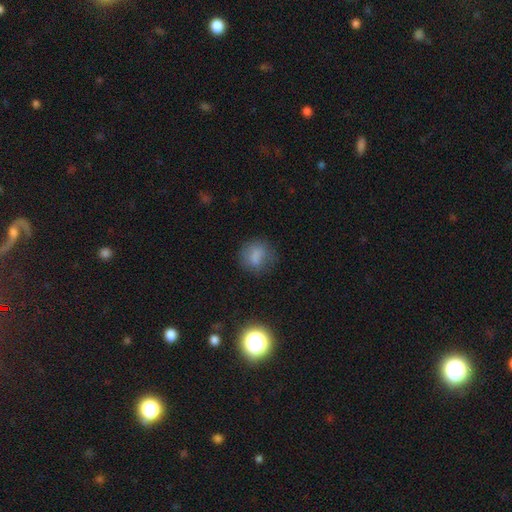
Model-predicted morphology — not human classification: The model was most divided on "how rounded": round: 72%, in between: 26%, cigar-shaped: 2%. More confident: smooth or featured — smooth (77%); merging — none (70%).